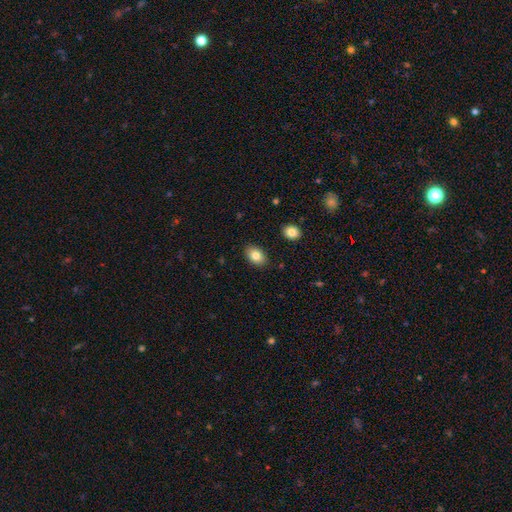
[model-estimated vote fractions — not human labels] Q: Smooth or featured?
A: smooth (83%); runner-up: featured or disk (9%)
Q: How rounded?
A: in between (83%); runner-up: round (16%)
Q: Merging?
A: none (88%); runner-up: minor disturbance (9%)